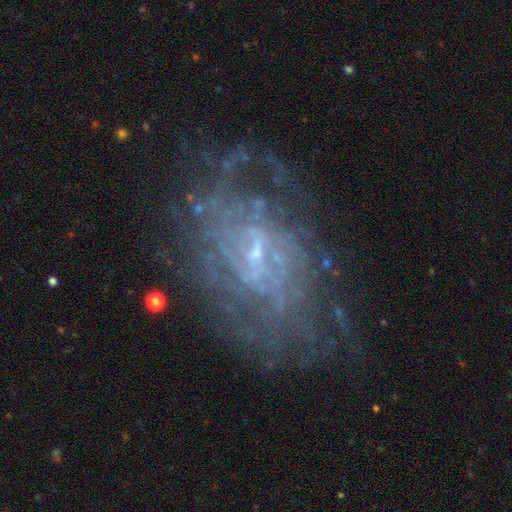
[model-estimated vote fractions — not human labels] smooth-or-featured: featured or disk: 81% | star or artifact: 10% | smooth: 9%
  disk-edge-on: no: 96% | yes: 4%
    bar: weak: 50% | no: 36% | strong: 13%
    has-spiral-arms: yes: 81% | no: 19%
      spiral-winding: tight: 56% | medium: 31% | loose: 14%
      spiral-arm-count: can't tell: 56% | 2: 12% | more than 4: 10% | 4: 9% | 3: 7% | 1: 5%
    bulge-size: small: 78% | moderate: 13% | none: 8% | large: 1% | dominant: 1%
  merging: none: 67% | minor disturbance: 17% | major disturbance: 13% | merger: 2%